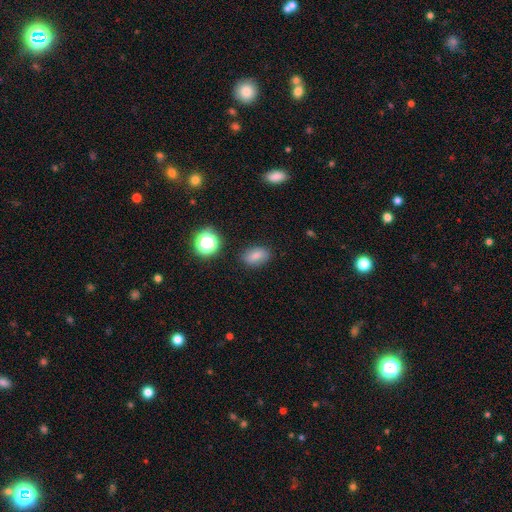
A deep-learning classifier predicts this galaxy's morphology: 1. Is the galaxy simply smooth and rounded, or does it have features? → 79% smooth, 13% star or artifact, 8% featured or disk.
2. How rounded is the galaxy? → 82% in between, 16% round, 2% cigar-shaped.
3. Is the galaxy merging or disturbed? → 83% none, 12% minor disturbance, 3% major disturbance, 2% merger.